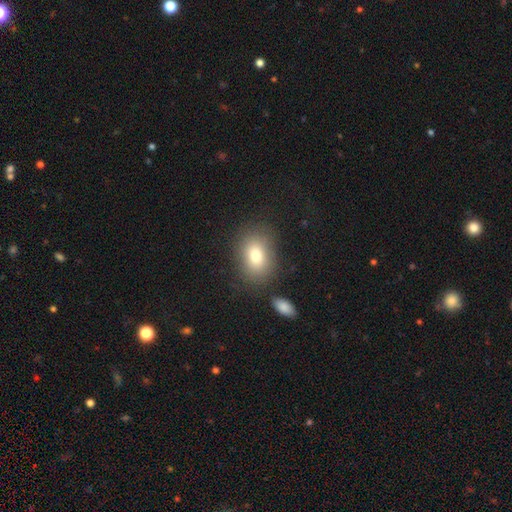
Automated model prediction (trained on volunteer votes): Morphology: type=smooth (77%); roundness=in between (73%); merging=none (78%).